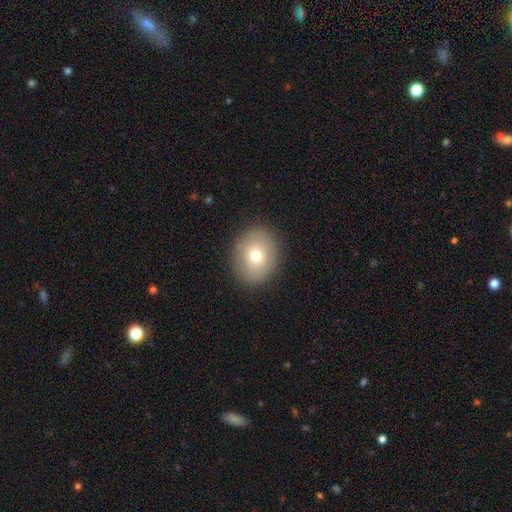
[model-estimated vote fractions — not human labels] Q: Smooth or featured?
A: smooth (73%); runner-up: featured or disk (17%)
Q: How rounded?
A: round (59%); runner-up: in between (40%)
Q: Merging?
A: none (88%); runner-up: minor disturbance (8%)